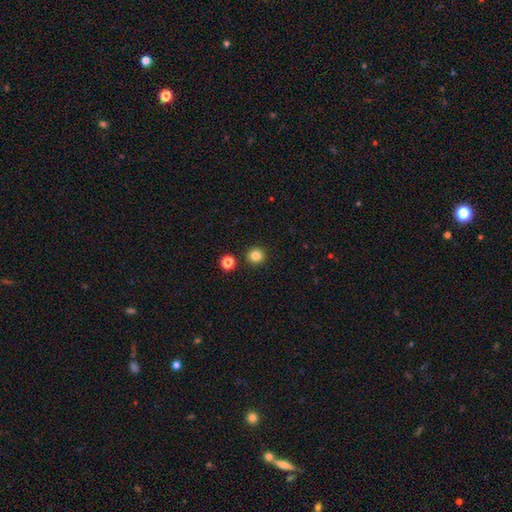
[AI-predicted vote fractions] Smooth or featured? Predicted: smooth (p=0.83). How rounded? Predicted: round (p=0.94). Merging? Predicted: none (p=0.91).